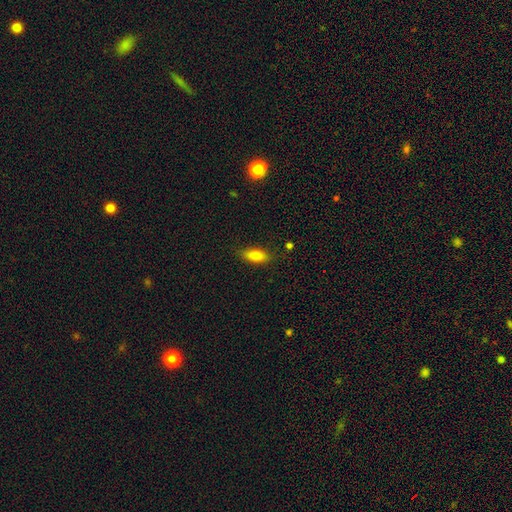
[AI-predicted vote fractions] Smooth or featured? Predicted: smooth (p=0.81). How rounded? Predicted: in between (p=0.84). Merging? Predicted: none (p=0.83).